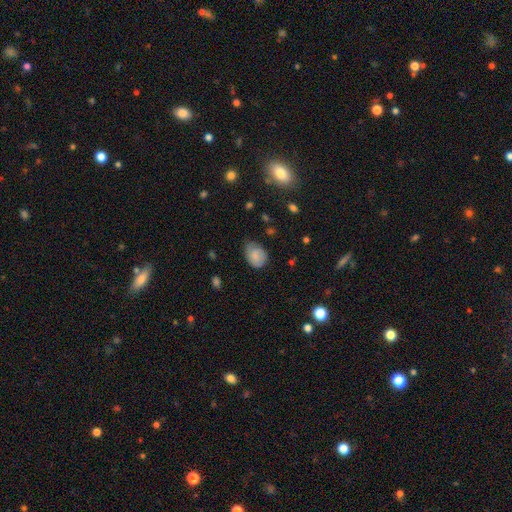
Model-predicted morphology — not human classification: This appears to be a smooth galaxy with no disk features (80%) that is in between round and cigar-shaped (71%). Merging: none (56%).